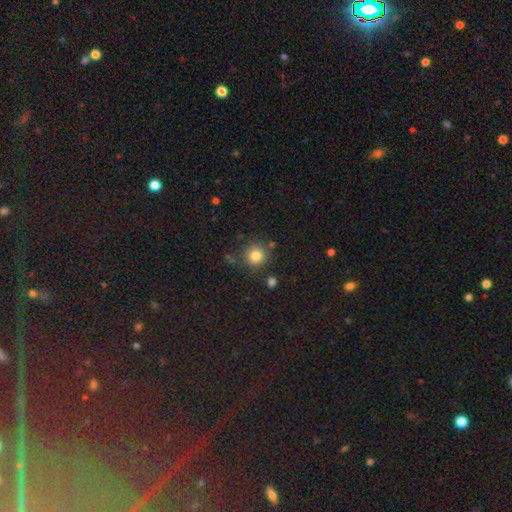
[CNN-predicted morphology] Overall: smooth (82%). How rounded: round (93%). Merging: none (83%).